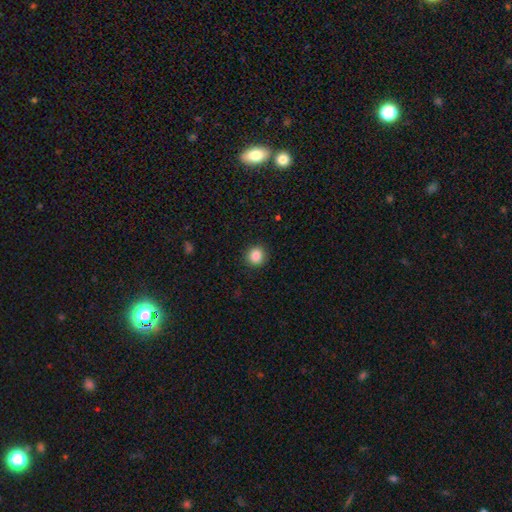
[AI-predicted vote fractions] Morphology: type=smooth (87%); roundness=round (90%); merging=none (91%).